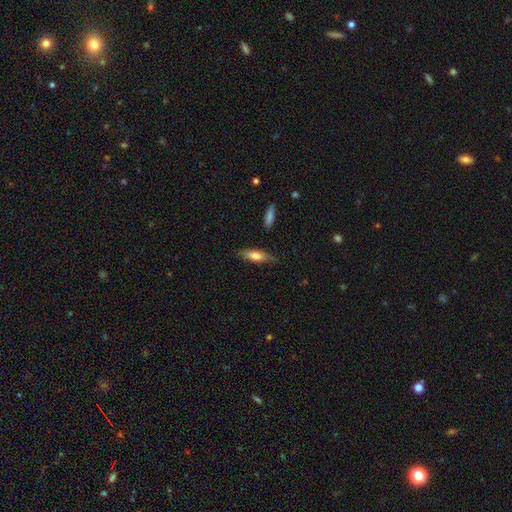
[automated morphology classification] type=smooth (68%); roundness=cigar-shaped (51%); merging=none (76%).